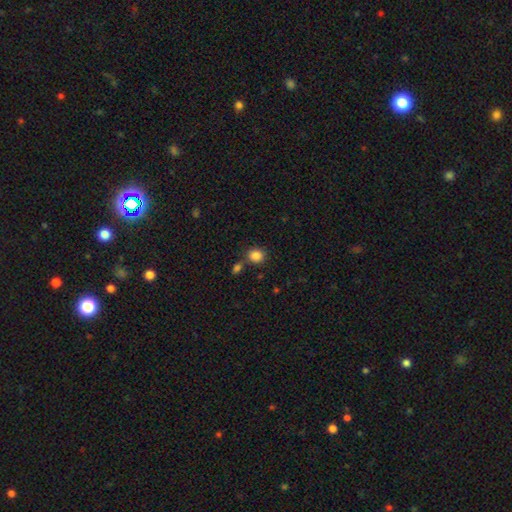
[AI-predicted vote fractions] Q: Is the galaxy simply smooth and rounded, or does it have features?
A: smooth — 86%.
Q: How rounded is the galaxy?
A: round — 75%.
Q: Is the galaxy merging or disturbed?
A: none — 71%.